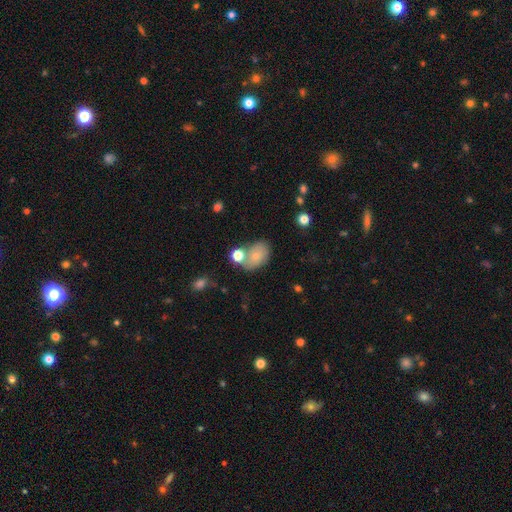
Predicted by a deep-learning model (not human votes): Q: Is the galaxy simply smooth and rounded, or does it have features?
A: smooth — 71%.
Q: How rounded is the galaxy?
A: in between — 75%.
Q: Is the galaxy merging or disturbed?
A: none — 49%.